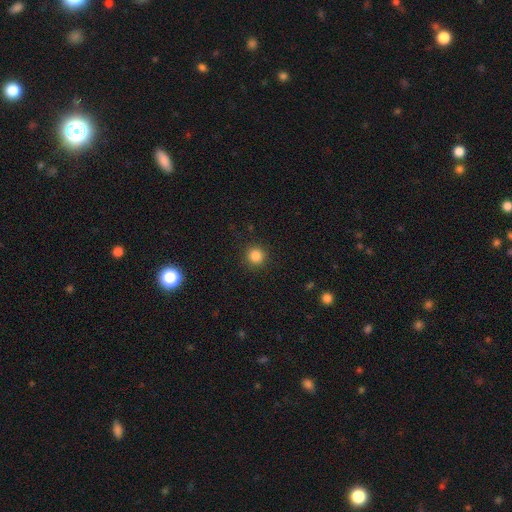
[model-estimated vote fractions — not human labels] Smooth or featured? smooth (84%)
How rounded? round (94%)
Merging? none (92%)